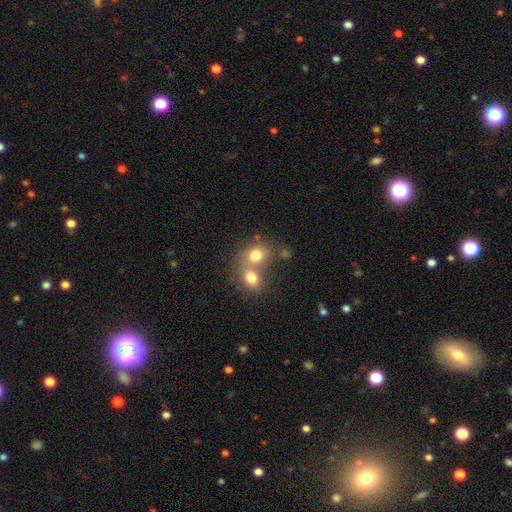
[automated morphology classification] Smooth or featured? Predicted: smooth (p=0.77). How rounded? Predicted: round (p=0.59). Merging? Predicted: merger (p=0.59).